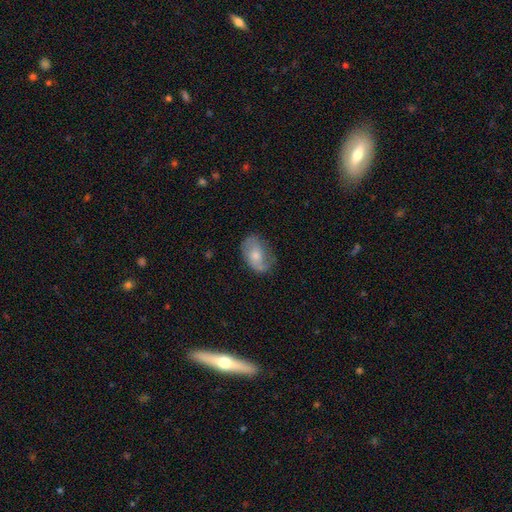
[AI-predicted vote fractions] The model was most divided on "smooth or featured": smooth: 48%, featured or disk: 45%, star or artifact: 7%. More confident: merging — none (63%).